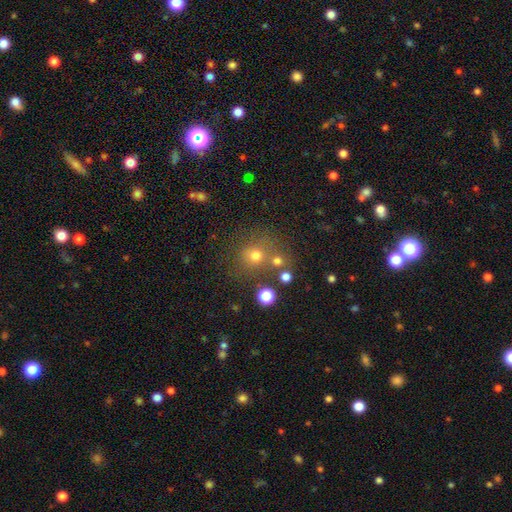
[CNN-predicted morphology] This is likely a smooth galaxy (67%). How rounded: clearly round (87%). Merging: likely none (68%).